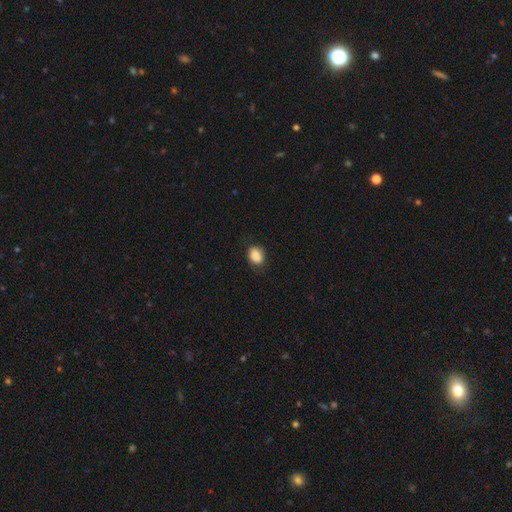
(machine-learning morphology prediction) smooth 87%, star or artifact 8%, featured or disk 5%. Down the decision tree: how rounded — in between (70%); merging — none (74%).